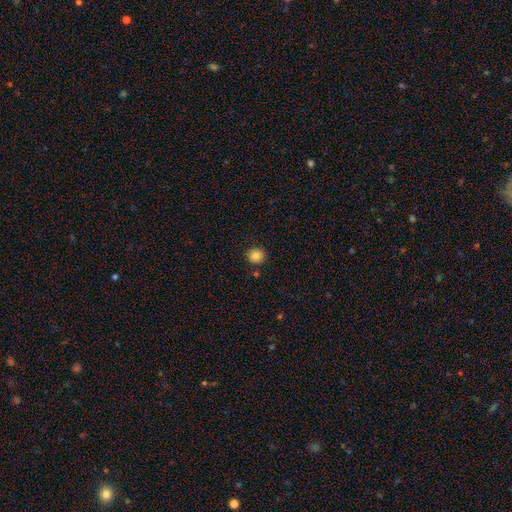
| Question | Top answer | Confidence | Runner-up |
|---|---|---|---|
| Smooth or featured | smooth | 90% | featured or disk (5%) |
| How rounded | round | 94% | in between (6%) |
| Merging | none | 92% | minor disturbance (5%) |